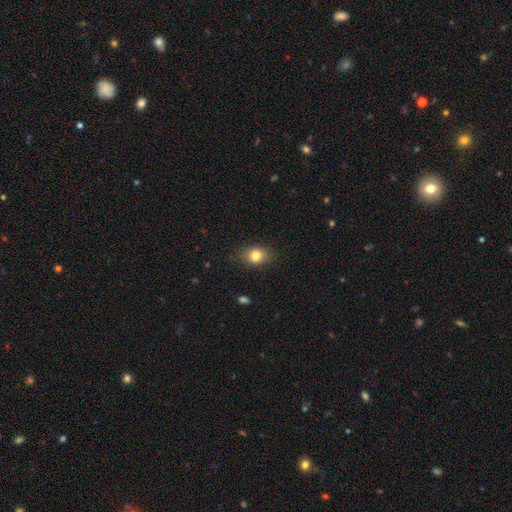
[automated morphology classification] Overall: smooth (81%). How rounded: in between (62%; round 37%). Merging: none (82%).